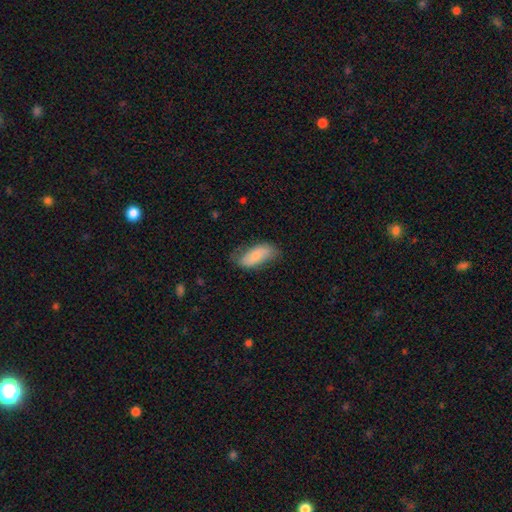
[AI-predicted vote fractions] Smooth or featured: smooth — 67% (featured or disk — 27%)
How rounded: in between — 87% (cigar-shaped — 10%)
Merging: none — 65% (minor disturbance — 27%)